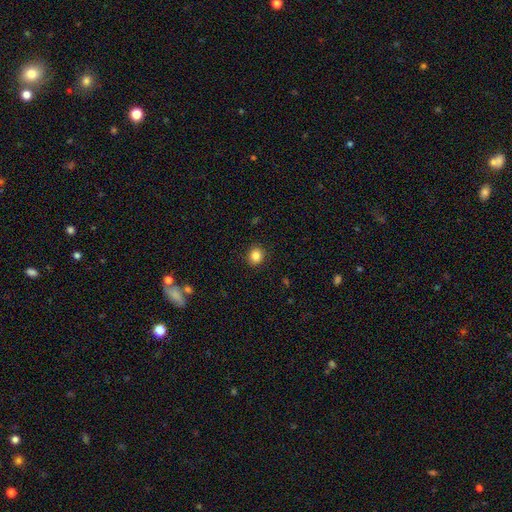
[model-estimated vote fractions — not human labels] This is clearly a smooth galaxy (85%). How rounded: clearly round (81%). Merging: clearly none (91%).